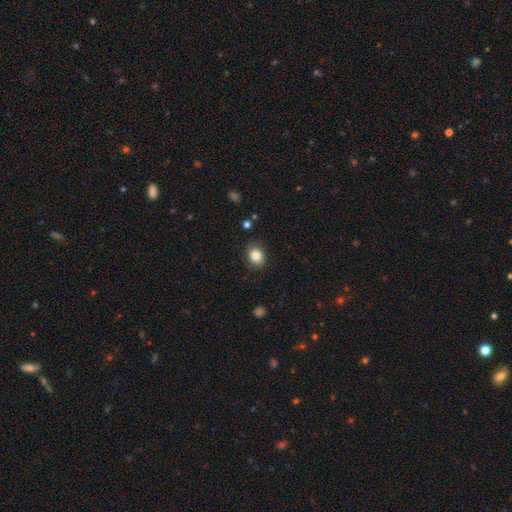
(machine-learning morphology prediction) Q: Smooth or featured?
A: smooth (84%); runner-up: star or artifact (9%)
Q: How rounded?
A: in between (55%); runner-up: round (44%)
Q: Merging?
A: none (81%); runner-up: minor disturbance (14%)